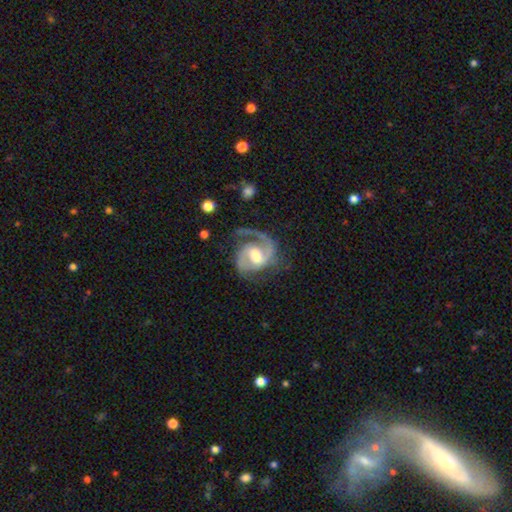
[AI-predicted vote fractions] smooth-or-featured: featured or disk: 90% | smooth: 5% | star or artifact: 4%
  disk-edge-on: no: 98% | yes: 2%
    bar: weak: 54% | no: 27% | strong: 19%
    has-spiral-arms: yes: 98% | no: 2%
      spiral-winding: medium: 55% | tight: 29% | loose: 16%
      spiral-arm-count: 2: 81% | 1: 9% | 3: 4% | can't tell: 4% | 4: 1% | more than 4: 1%
    bulge-size: moderate: 63% | large: 18% | small: 15% | none: 3% | dominant: 1%
  merging: none: 63% | minor disturbance: 19% | major disturbance: 15% | merger: 2%